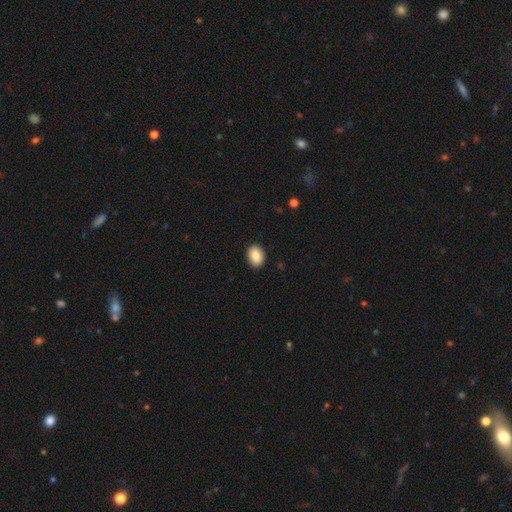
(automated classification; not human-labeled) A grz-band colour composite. It shows a smooth galaxy with no disk features (88%) that is in between round and cigar-shaped (73%). Merging: none (90%).